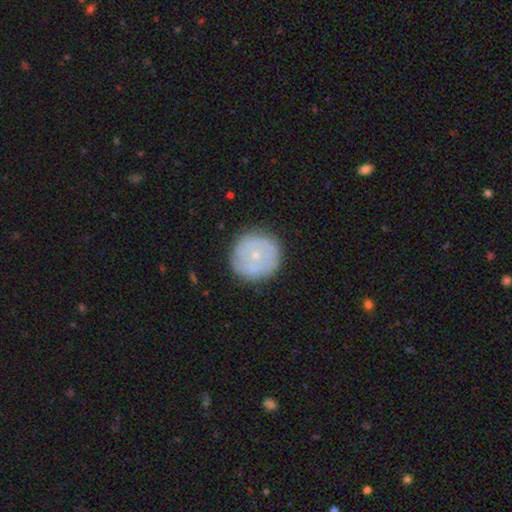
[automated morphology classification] Smooth or featured?
  - smooth: 49% *
  - featured or disk: 44%
  - star or artifact: 7%
Merging?
  - none: 83% *
  - minor disturbance: 12%
  - major disturbance: 4%
  - merger: 1%